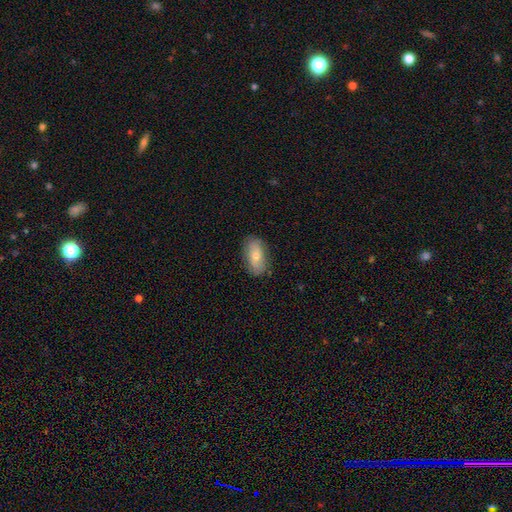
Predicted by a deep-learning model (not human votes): Morphology: type=smooth (62%); roundness=in between (89%); merging=none (83%).